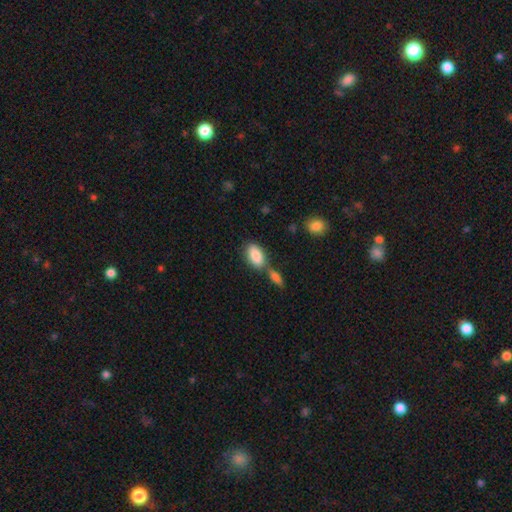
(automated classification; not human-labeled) Smooth or featured?
  - smooth: 86% *
  - featured or disk: 7%
  - star or artifact: 6%
How rounded?
  - in between: 92% *
  - round: 4%
  - cigar-shaped: 4%
Merging?
  - none: 51% *
  - merger: 32%
  - minor disturbance: 12%
  - major disturbance: 4%